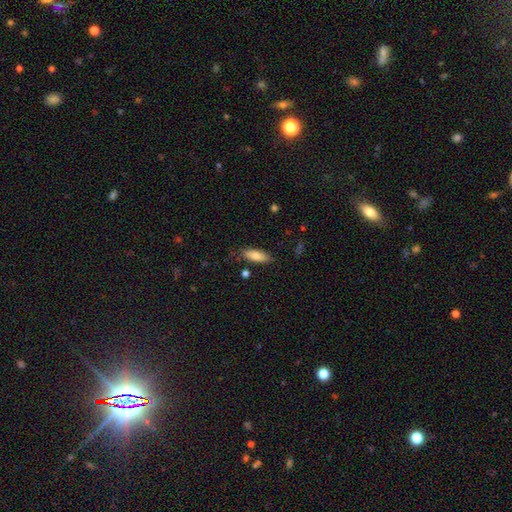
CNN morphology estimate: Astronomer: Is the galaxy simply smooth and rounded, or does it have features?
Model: smooth — 80%.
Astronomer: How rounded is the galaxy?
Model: in between — 67%.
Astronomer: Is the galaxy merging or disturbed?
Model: none — 80%.